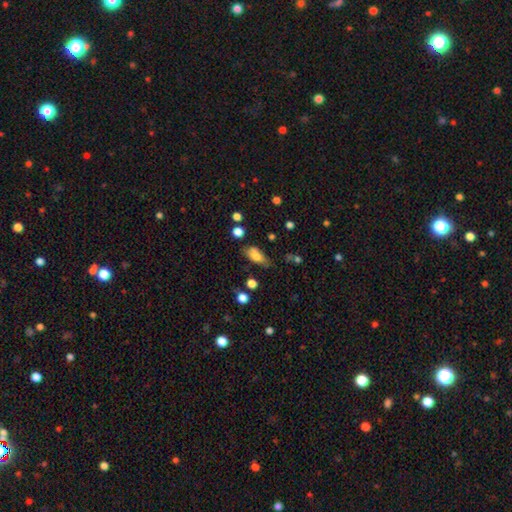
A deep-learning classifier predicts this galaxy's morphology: A smooth galaxy with no disk features (77%) that is in between round and cigar-shaped (84%).

Vote fractions:
- Smooth or featured? smooth: 77% / featured or disk: 14% / star or artifact: 9%
- How rounded? in between: 84% / cigar-shaped: 11% / round: 5%
- Merging? none: 57% / minor disturbance: 28% / major disturbance: 10% / merger: 5%